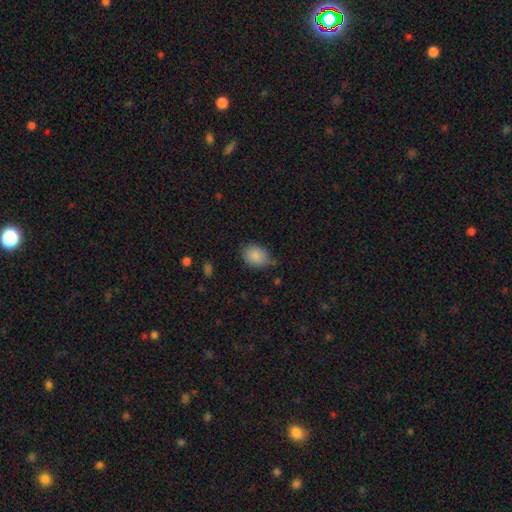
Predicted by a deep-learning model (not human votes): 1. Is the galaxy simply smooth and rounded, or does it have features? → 86% smooth, 8% star or artifact, 6% featured or disk.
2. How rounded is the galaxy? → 52% in between, 47% round, 1% cigar-shaped.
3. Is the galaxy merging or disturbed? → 63% none, 29% minor disturbance, 5% major disturbance, 3% merger.